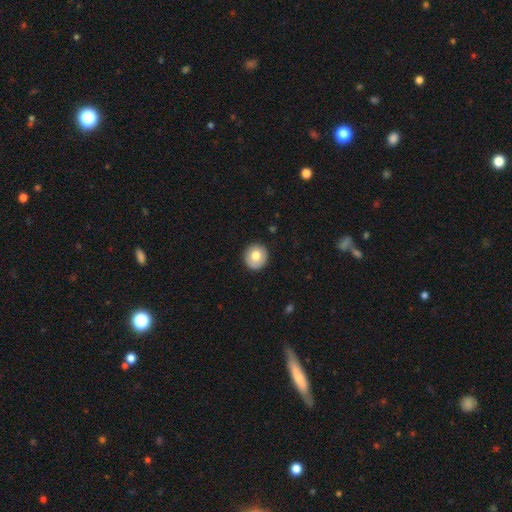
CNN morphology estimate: Smooth or featured?
  - smooth: 76% *
  - featured or disk: 16%
  - star or artifact: 8%
How rounded?
  - round: 92% *
  - in between: 7%
  - cigar-shaped: 1%
Merging?
  - none: 90% *
  - minor disturbance: 7%
  - major disturbance: 2%
  - merger: 1%